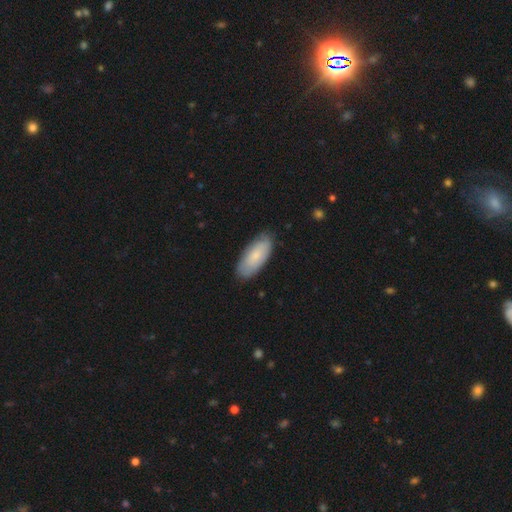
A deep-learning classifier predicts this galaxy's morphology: Overall: smooth (74%). How rounded: in between (86%). Merging: none (81%).